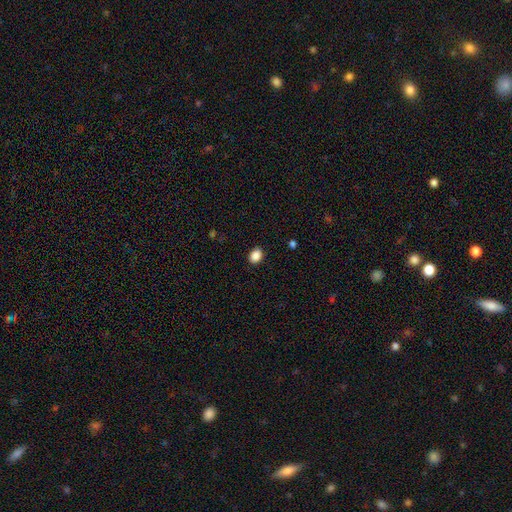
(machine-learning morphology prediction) This appears to be a smooth galaxy with no disk features (88%) that is in between round and cigar-shaped (60%). Merging: none (89%).